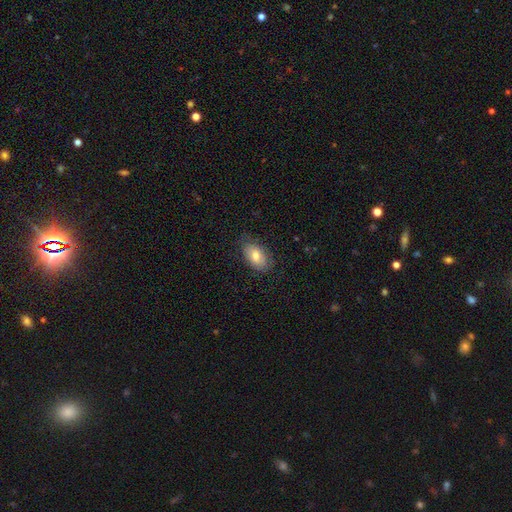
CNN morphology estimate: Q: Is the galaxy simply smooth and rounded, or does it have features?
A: smooth — 73%.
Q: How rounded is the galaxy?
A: in between — 91%.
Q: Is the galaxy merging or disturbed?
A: none — 76%.